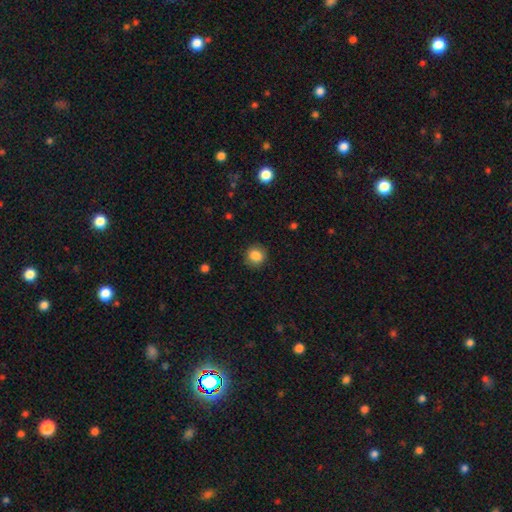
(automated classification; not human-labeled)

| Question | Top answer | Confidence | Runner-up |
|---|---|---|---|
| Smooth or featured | smooth | 86% | star or artifact (10%) |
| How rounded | round | 89% | in between (10%) |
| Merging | none | 88% | minor disturbance (8%) |